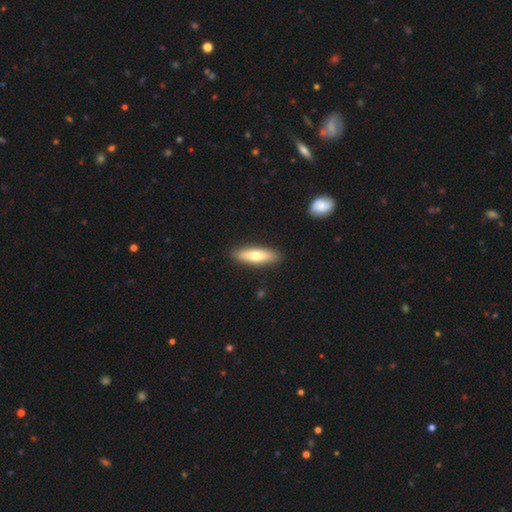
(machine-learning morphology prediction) A smooth galaxy with no disk features (68%) that is cigar-shaped (55%).

Vote fractions:
- Smooth or featured? smooth: 68% / featured or disk: 27% / star or artifact: 6%
- How rounded? cigar-shaped: 55% / in between: 43% / round: 2%
- Merging? none: 90% / minor disturbance: 8% / major disturbance: 2% / merger: 1%